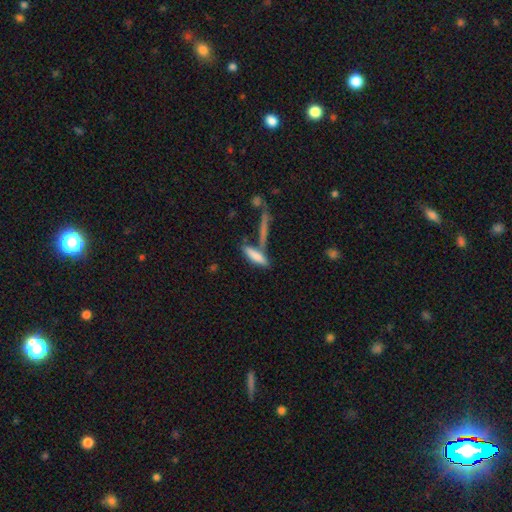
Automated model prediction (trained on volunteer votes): smooth 75%, featured or disk 17%, star or artifact 8%. Down the decision tree: how rounded — cigar-shaped (62%); merging — none (53%).